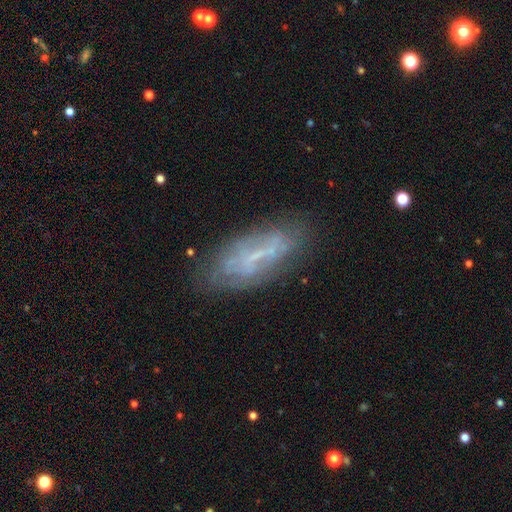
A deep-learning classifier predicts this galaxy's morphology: smooth_or_featured: featured or disk (p=0.54) [alt: smooth p=0.34]
disk_edge_on: no (p=0.78) [alt: yes p=0.22]
merging: none (p=0.69) [alt: minor disturbance p=0.19]